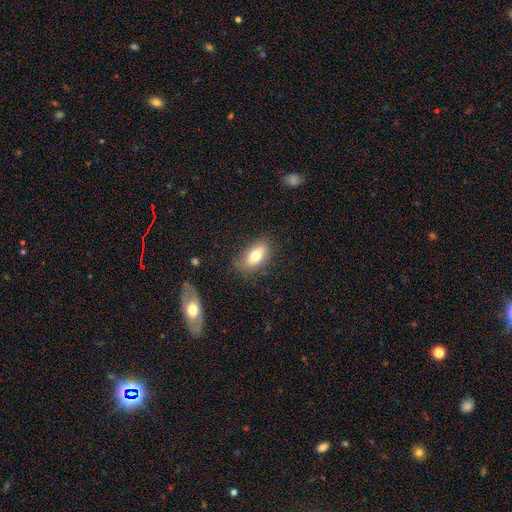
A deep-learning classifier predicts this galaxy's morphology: smooth-or-featured: smooth: 75% | featured or disk: 17% | star or artifact: 8%
  how-rounded: in between: 87% | round: 7% | cigar-shaped: 6%
  merging: none: 77% | minor disturbance: 16% | major disturbance: 4% | merger: 2%